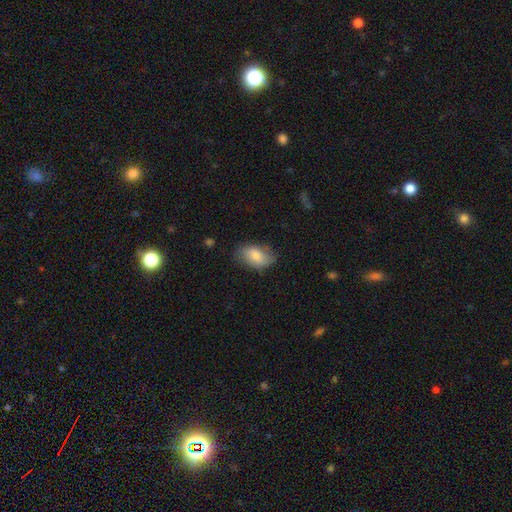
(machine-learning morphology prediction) This appears to be a smooth galaxy with no disk features (75%) that is in between round and cigar-shaped (90%). Merging: none (70%).